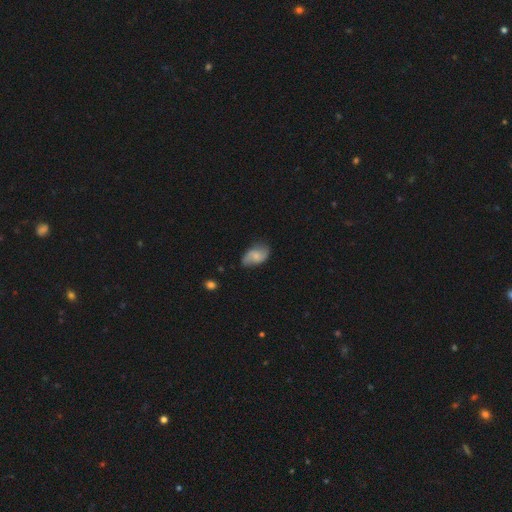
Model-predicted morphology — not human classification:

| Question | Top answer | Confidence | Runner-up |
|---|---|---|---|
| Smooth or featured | featured or disk | 52% | smooth (40%) |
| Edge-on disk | no | 96% | yes (4%) |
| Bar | no | 54% | weak (39%) |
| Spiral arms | yes | 89% | no (11%) |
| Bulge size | small | 53% | moderate (26%) |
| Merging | none | 69% | minor disturbance (24%) |